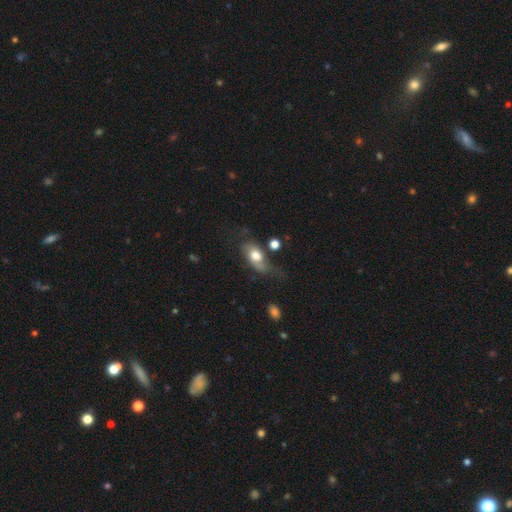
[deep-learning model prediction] A smooth galaxy with no disk features (60%) that is in between round and cigar-shaped (82%).

Vote fractions:
- Smooth or featured? smooth: 60% / featured or disk: 32% / star or artifact: 8%
- How rounded? in between: 82% / round: 13% / cigar-shaped: 4%
- Merging? none: 32% (tied) / major disturbance: 32% (tied) / minor disturbance: 27% / merger: 9%